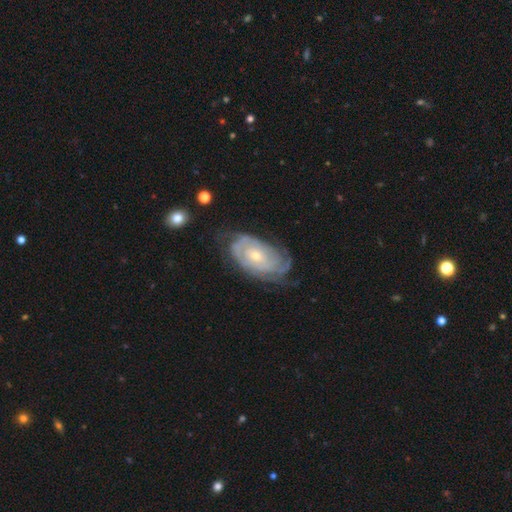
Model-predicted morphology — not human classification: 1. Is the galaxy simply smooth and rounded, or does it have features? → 82% featured or disk, 12% smooth, 6% star or artifact.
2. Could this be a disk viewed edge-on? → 95% no, 5% yes.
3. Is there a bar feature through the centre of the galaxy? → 73% no, 22% weak, 5% strong.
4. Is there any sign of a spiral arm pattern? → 92% yes, 8% no.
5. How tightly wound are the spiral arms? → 74% tight, 20% medium, 6% loose.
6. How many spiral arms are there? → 46% can't tell, 20% 2, 14% 3, 9% 4, 5% 1, 5% more than 4.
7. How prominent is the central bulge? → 55% small, 42% moderate, 2% large, 1% none, 1% dominant.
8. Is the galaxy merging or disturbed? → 65% none, 24% minor disturbance, 10% major disturbance, 2% merger.